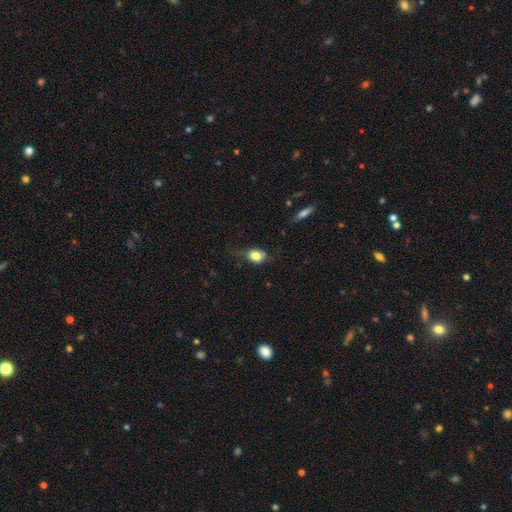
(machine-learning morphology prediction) Smooth or featured?
  - smooth: 79% *
  - featured or disk: 12%
  - star or artifact: 9%
How rounded?
  - in between: 57% *
  - round: 41%
  - cigar-shaped: 2%
Merging?
  - none: 53% *
  - minor disturbance: 31%
  - major disturbance: 15%
  - merger: 2%